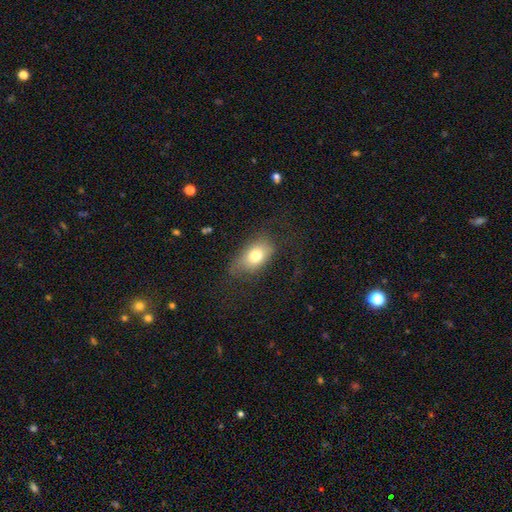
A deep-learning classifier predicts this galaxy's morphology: Smooth or featured? Predicted: smooth (p=0.74). How rounded? Predicted: in between (p=0.86). Merging? Predicted: none (p=0.53).